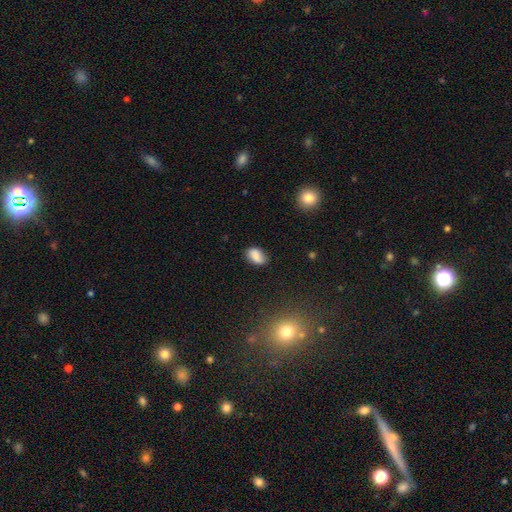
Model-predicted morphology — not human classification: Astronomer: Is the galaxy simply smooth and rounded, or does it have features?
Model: smooth — 82%.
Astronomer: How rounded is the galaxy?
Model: in between — 87%.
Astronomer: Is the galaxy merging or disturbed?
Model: none — 72%.